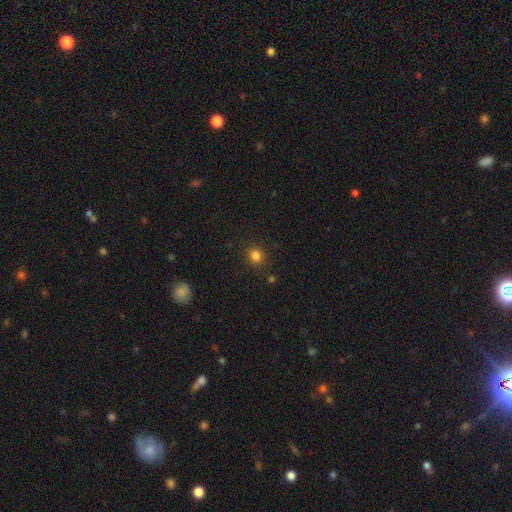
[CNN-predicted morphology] type=smooth (82%); roundness=round (88%); merging=none (88%).